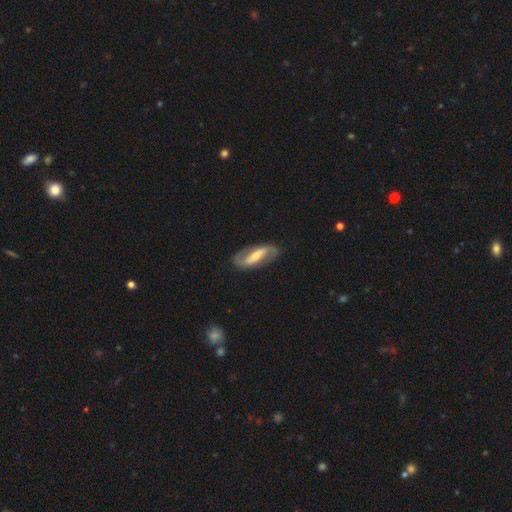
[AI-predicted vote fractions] The model was most divided on "bulge size" (2-way tie): small: 44%, moderate: 44%, large: 5%, none: 5%, dominant: 1%. Remaining: edge-on disk — no (93%); spiral arms — yes (92%); spiral arm count — 2 (92%); merging — none (82%); smooth or featured — featured or disk (81%); bar — strong (55%); spiral winding — loose (49%).